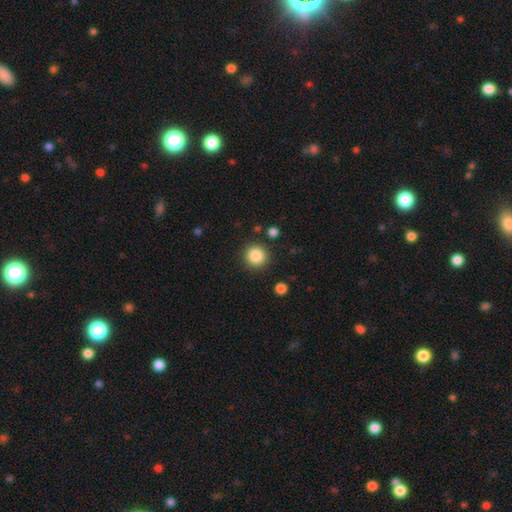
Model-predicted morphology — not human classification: Smooth or featured?
  - smooth: 86% *
  - star or artifact: 10%
  - featured or disk: 4%
How rounded?
  - round: 94% *
  - in between: 5%
  - cigar-shaped: 1%
Merging?
  - none: 89% *
  - minor disturbance: 6%
  - major disturbance: 3%
  - merger: 2%